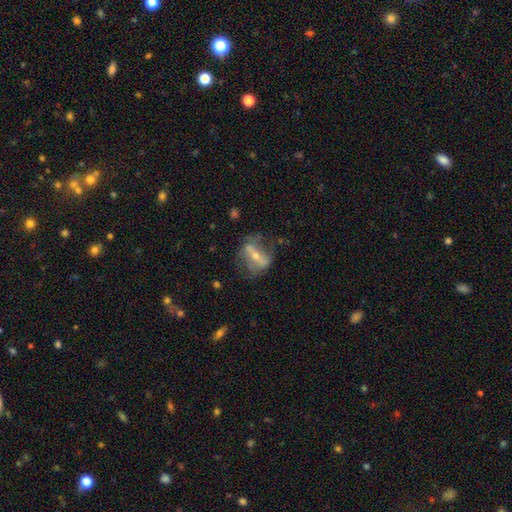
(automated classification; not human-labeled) smooth-or-featured: featured or disk: 68% | smooth: 21% | star or artifact: 11%
  disk-edge-on: no: 84% | yes: 16%
    bar: strong: 54% | weak: 26% | no: 20%
    has-spiral-arms: yes: 52% | no: 48%
    bulge-size: small: 53% | moderate: 42% | none: 3% | large: 2% | dominant: 1%
  merging: none: 58% | minor disturbance: 21% | major disturbance: 16% | merger: 5%